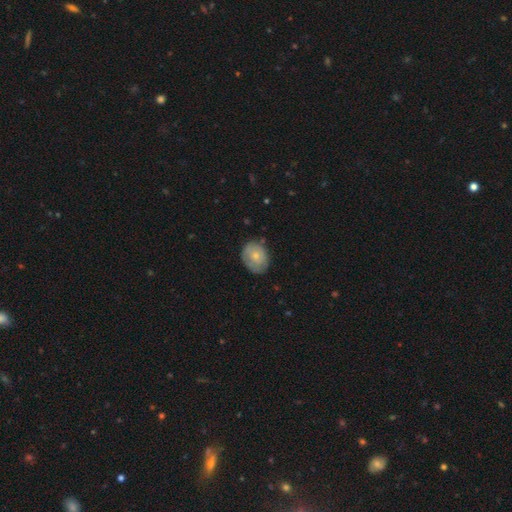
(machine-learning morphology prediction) Smooth or featured?
  - smooth: 67% *
  - featured or disk: 27%
  - star or artifact: 7%
How rounded?
  - in between: 56% *
  - round: 43%
  - cigar-shaped: 1%
Merging?
  - none: 67% *
  - minor disturbance: 25%
  - major disturbance: 6%
  - merger: 2%